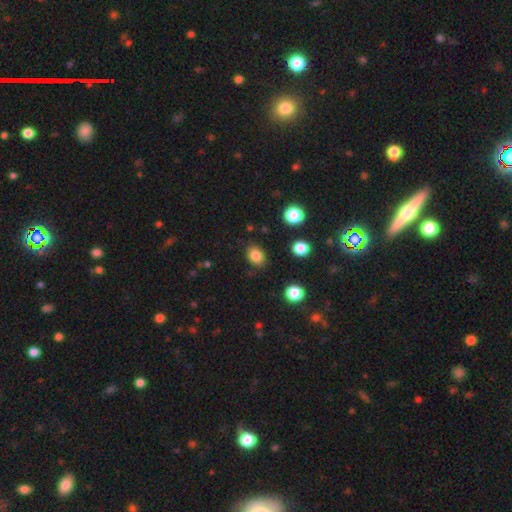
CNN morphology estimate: A smooth galaxy with no disk features (84%) that is in between round and cigar-shaped (59%). Merging: none (84%).